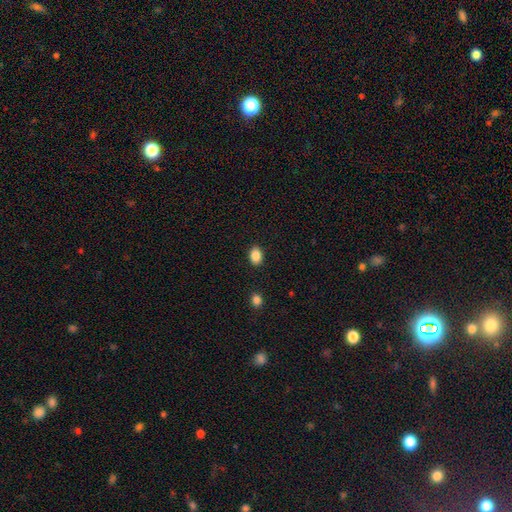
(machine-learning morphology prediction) Smooth or featured? Predicted: smooth (p=0.88). How rounded? Predicted: in between (p=0.75). Merging? Predicted: none (p=0.89).